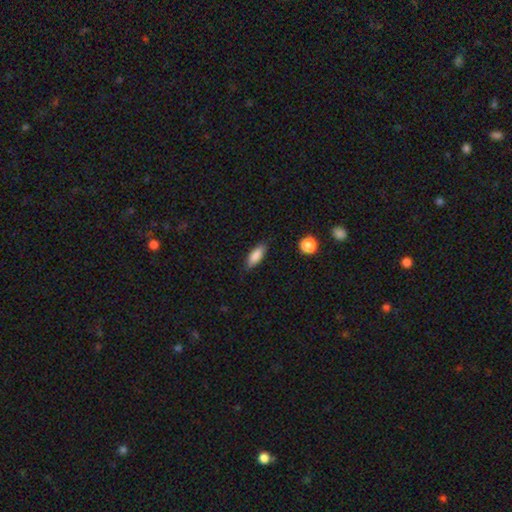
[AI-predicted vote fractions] A smooth galaxy with no disk features (84%) that is in between round and cigar-shaped (68%). Merging: none (83%).